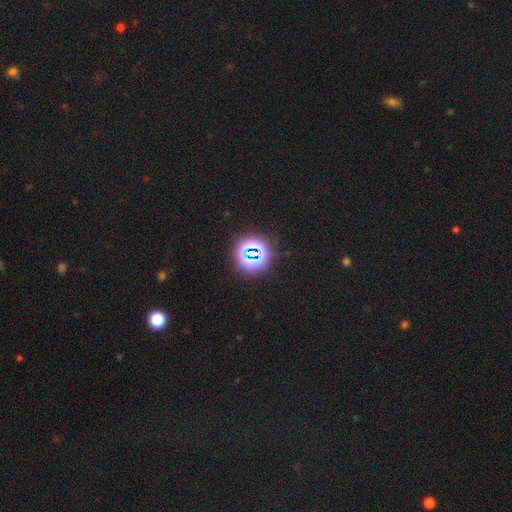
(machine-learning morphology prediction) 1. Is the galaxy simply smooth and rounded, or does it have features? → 71% star or artifact, 20% smooth, 9% featured or disk.